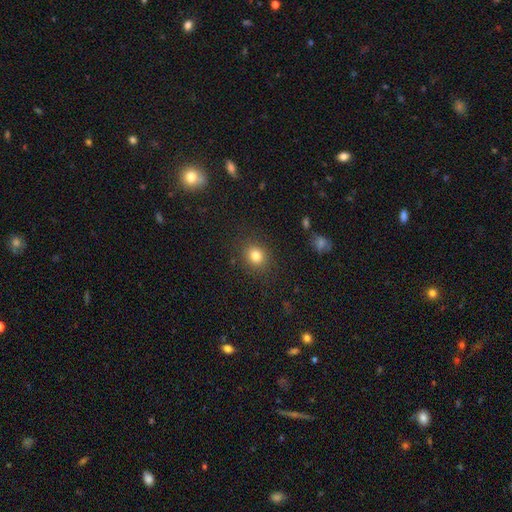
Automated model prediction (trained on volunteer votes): This is clearly a smooth galaxy (81%). How rounded: likely round (68%). Merging: clearly none (86%).